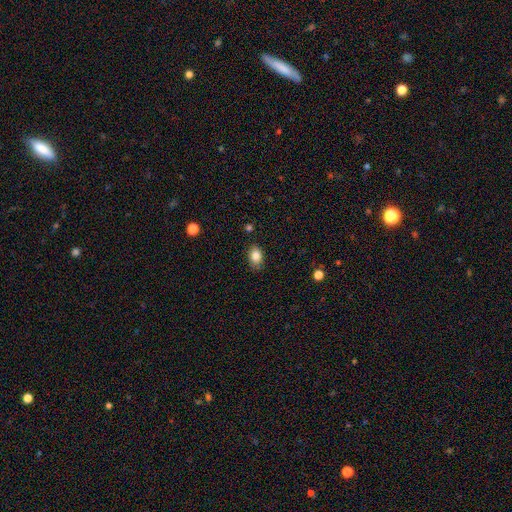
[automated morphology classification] This is clearly a smooth galaxy (84%). How rounded: clearly in between (81%). Merging: clearly none (83%).